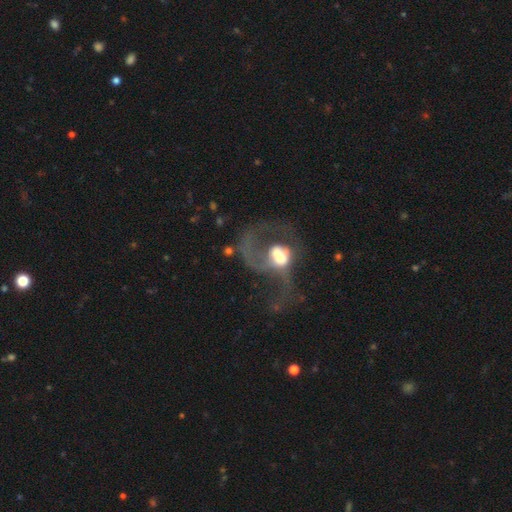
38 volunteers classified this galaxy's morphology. A featured or disk galaxy (74%) with no bar (75%), 2 (76%) loose (71%) spiral arms (61%) and a large central bulge (54%).

Vote fractions:
- Smooth or featured? featured or disk: 74% / smooth: 16% / star or artifact: 11%
- Edge-on disk? no: 100% / yes: 0%
- Bar? no: 75% / weak: 18% / strong: 7%
- Spiral arms? yes: 61% / no: 39%
- Spiral winding? loose: 71% / medium: 29% / tight: 0%
- Spiral arm count? 2: 76% / 1: 12% / can't tell: 12% / 3: 0% / 4: 0% / more than 4: 0%
- Bulge size? large: 54% / moderate: 39% / dominant: 7% / small: 0% / none: 0%
- Merging? major disturbance: 65% / none: 18% / merger: 18% / minor disturbance: 0%